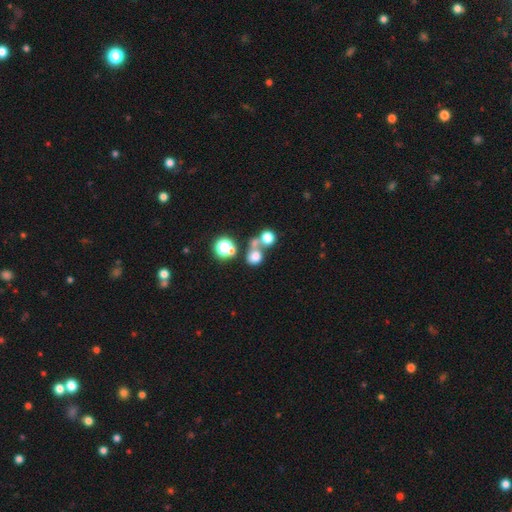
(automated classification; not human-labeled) smooth-or-featured: smooth: 68% | star or artifact: 20% | featured or disk: 11%
  how-rounded: round: 77% | in between: 22% | cigar-shaped: 1%
  merging: none: 44% | merger: 43% | minor disturbance: 8% | major disturbance: 6%